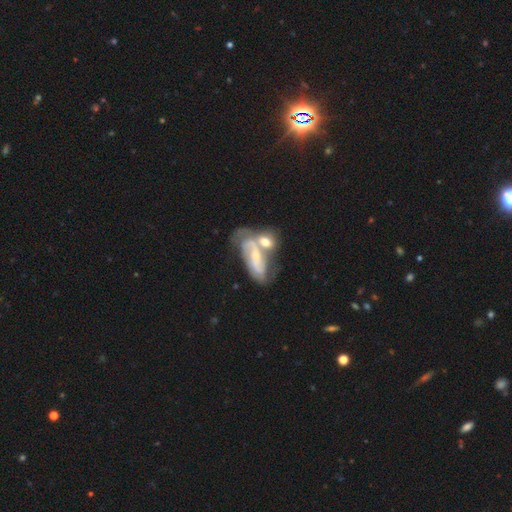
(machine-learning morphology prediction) Smooth or featured? Predicted: featured or disk (p=0.76). Edge-on disk? Predicted: no (p=0.92). Bar? Predicted: no (p=0.38). Spiral arms? Predicted: yes (p=0.85). Spiral winding? Predicted: medium (p=0.41). Spiral arm count? Predicted: 2 (p=0.73). Bulge size? Predicted: small (p=0.57). Merging? Predicted: merger (p=0.53).